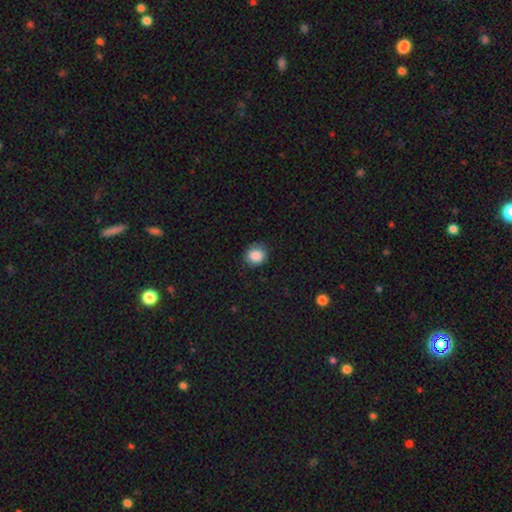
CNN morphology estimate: This is clearly a smooth galaxy (87%). How rounded: clearly round (82%). Merging: likely none (80%).